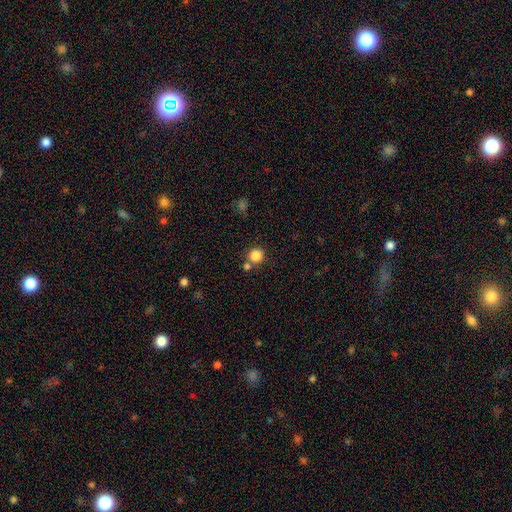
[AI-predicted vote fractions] smooth 85%, star or artifact 11%, featured or disk 5%. Down the decision tree: how rounded — round (93%); merging — none (71%).